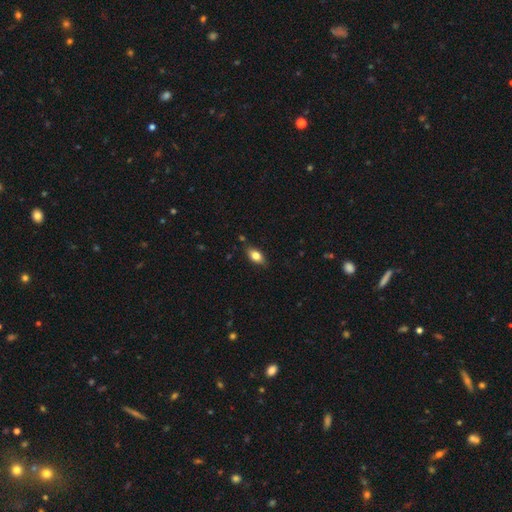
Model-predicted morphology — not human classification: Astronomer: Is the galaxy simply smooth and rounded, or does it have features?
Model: smooth — 77%.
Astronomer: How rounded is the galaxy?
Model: in between — 86%.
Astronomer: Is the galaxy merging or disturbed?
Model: none — 81%.